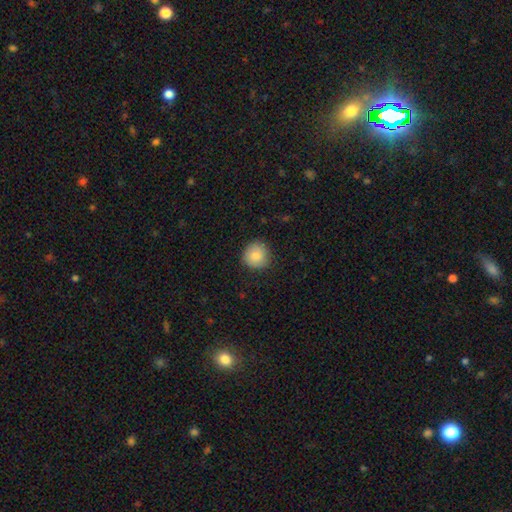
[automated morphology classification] Smooth or featured?
  - smooth: 85% *
  - star or artifact: 8%
  - featured or disk: 7%
How rounded?
  - round: 92% *
  - in between: 7%
  - cigar-shaped: 1%
Merging?
  - none: 85% *
  - minor disturbance: 11%
  - major disturbance: 2%
  - merger: 1%